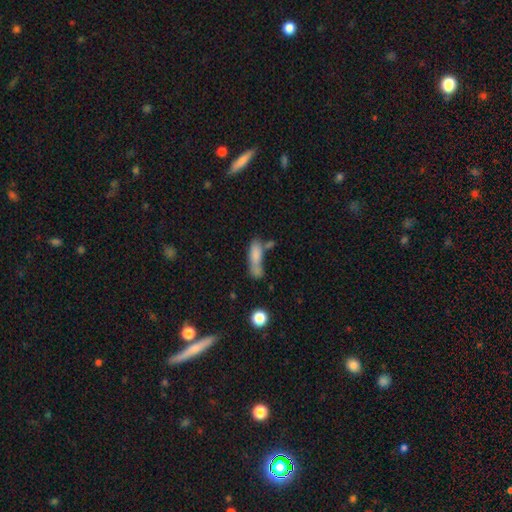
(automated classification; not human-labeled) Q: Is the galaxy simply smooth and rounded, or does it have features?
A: smooth — 74%.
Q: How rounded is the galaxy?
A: cigar-shaped — 50%.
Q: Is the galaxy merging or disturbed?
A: none — 36%.